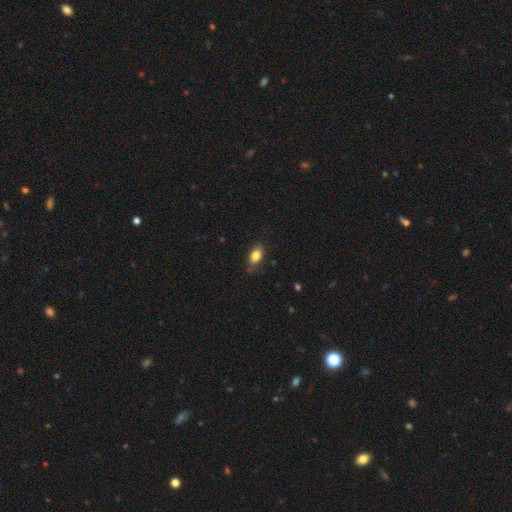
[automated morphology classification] The model was most divided on "merging": none: 76%, minor disturbance: 19%, major disturbance: 4%, merger: 2%. More confident: how rounded — in between (86%); smooth or featured — smooth (82%).